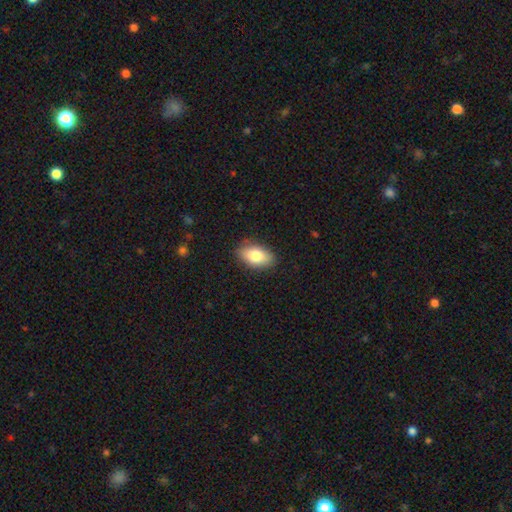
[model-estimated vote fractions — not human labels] smooth 81%, featured or disk 12%, star or artifact 7%. Down the decision tree: how rounded — in between (91%); merging — none (86%).